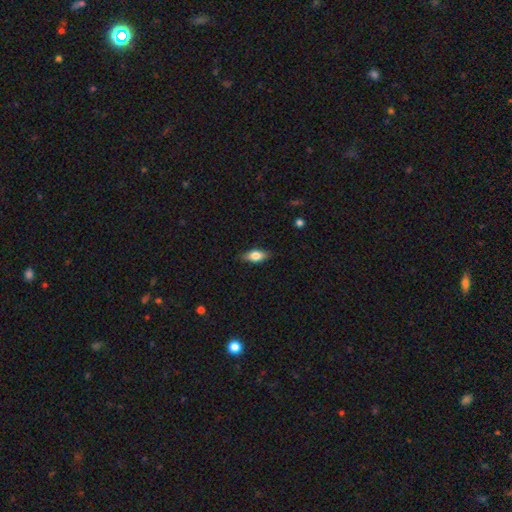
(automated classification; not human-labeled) This is likely a smooth galaxy (73%). How rounded: clearly in between (83%). Merging: clearly none (84%).